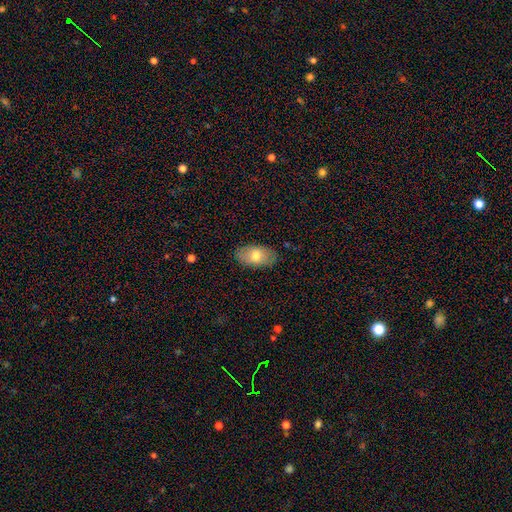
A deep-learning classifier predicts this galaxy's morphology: type=smooth (71%); roundness=in between (94%); merging=none (85%).